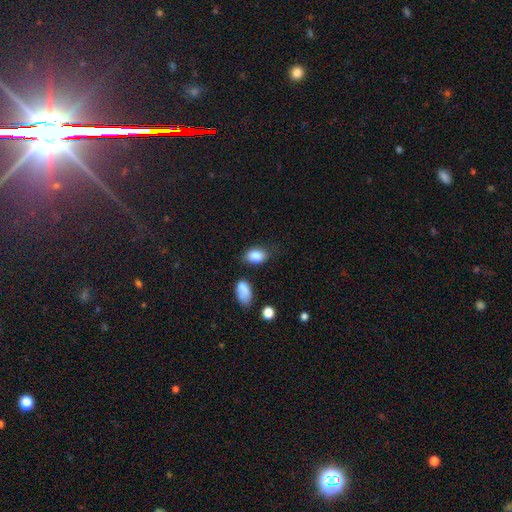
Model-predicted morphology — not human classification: type=smooth (87%); roundness=in between (87%); merging=none (70%).